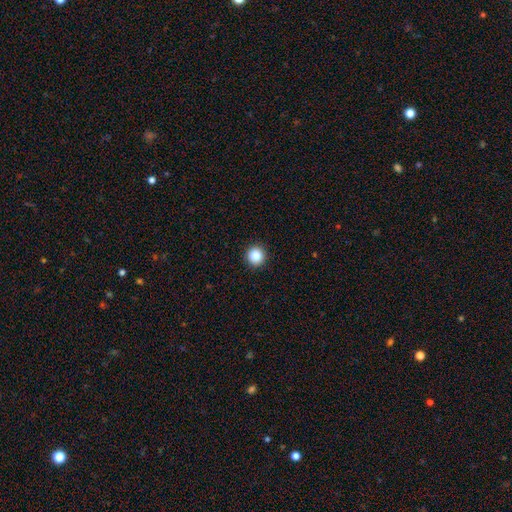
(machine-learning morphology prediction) Smooth or featured? Predicted: smooth (p=0.88). How rounded? Predicted: round (p=0.95). Merging? Predicted: none (p=0.93).